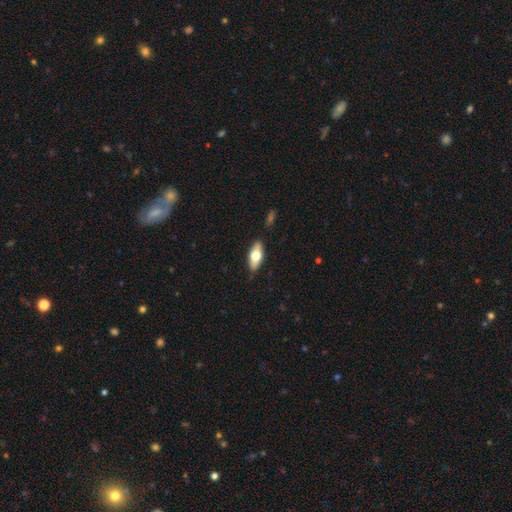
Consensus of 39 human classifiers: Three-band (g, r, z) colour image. It shows a smooth galaxy with no disk features (56%) that is in between round and cigar-shaped (82%). Merging: none (81%).